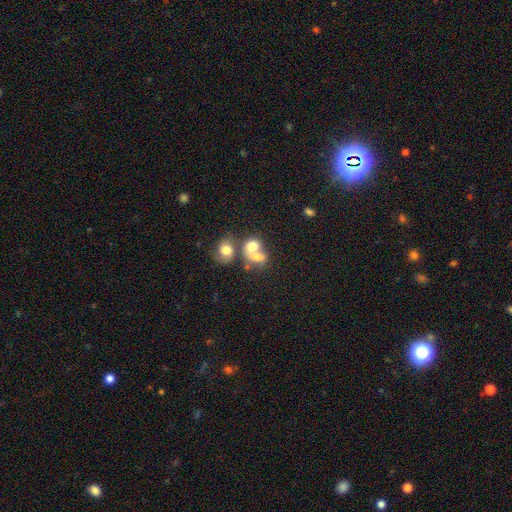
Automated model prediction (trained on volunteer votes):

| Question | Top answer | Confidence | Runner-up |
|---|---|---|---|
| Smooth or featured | smooth | 64% | featured or disk (23%) |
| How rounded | round | 51% | in between (48%) |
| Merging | merger | 64% | none (21%) |